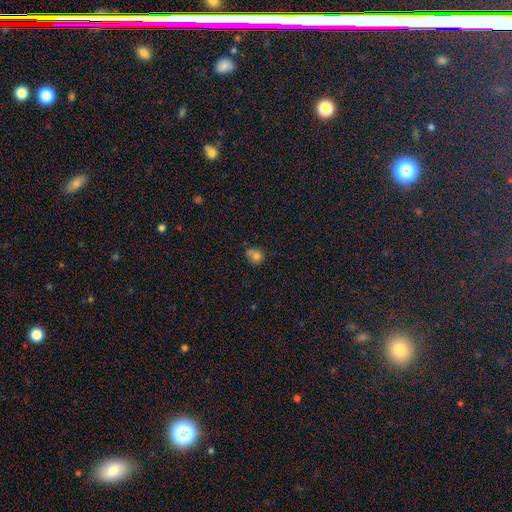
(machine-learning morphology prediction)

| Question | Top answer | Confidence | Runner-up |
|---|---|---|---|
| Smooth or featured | smooth | 76% | star or artifact (13%) |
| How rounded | round | 72% | in between (27%) |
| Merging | none | 50% | minor disturbance (28%) |